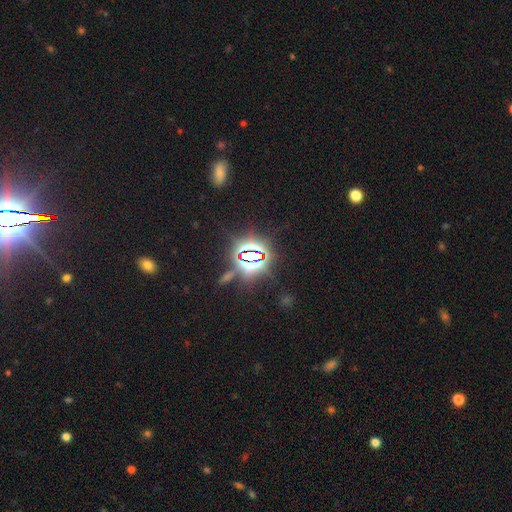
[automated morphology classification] Smooth or featured?
  - star or artifact: 82% *
  - smooth: 11%
  - featured or disk: 7%